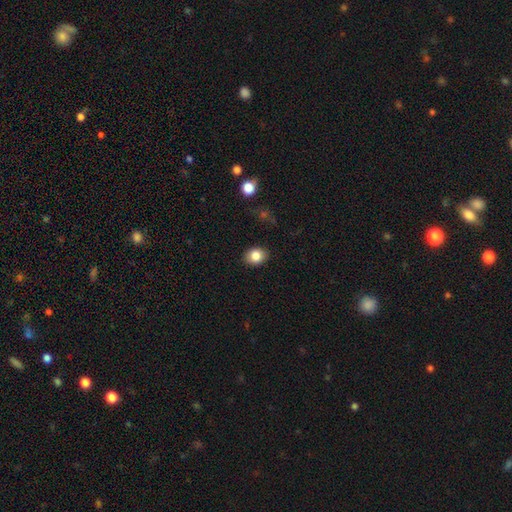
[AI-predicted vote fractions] smooth 84%, star or artifact 9%, featured or disk 7%. Down the decision tree: how rounded — in between (55%); merging — none (88%).